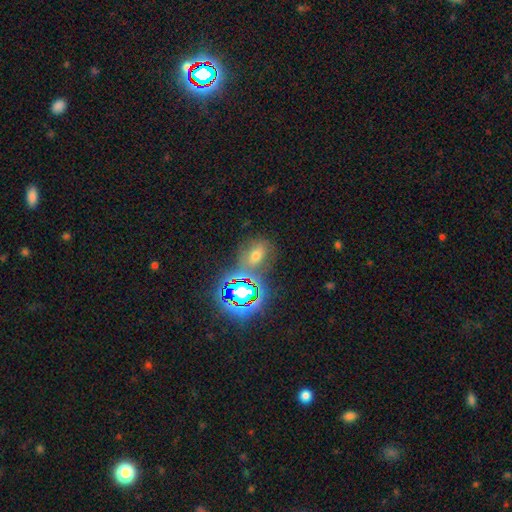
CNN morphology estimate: A smooth galaxy with no disk features (48%). Merging: none (69%).